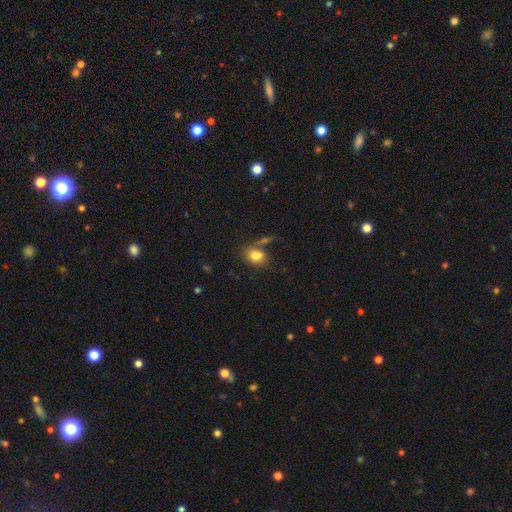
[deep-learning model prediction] A smooth galaxy with no disk features (79%) that is in between round and cigar-shaped (64%).

Vote fractions:
- Smooth or featured? smooth: 79% / featured or disk: 11% / star or artifact: 10%
- How rounded? in between: 64% / round: 34% / cigar-shaped: 2%
- Merging? none: 50% / merger: 23% / minor disturbance: 17% / major disturbance: 10%